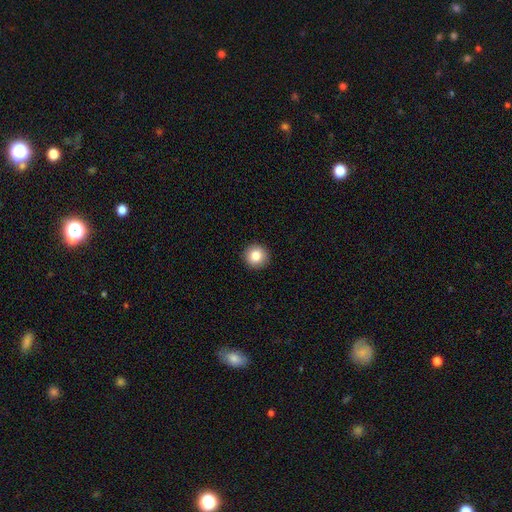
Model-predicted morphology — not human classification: smooth 83%, star or artifact 9%, featured or disk 7%. Down the decision tree: how rounded — round (95%); merging — none (93%).